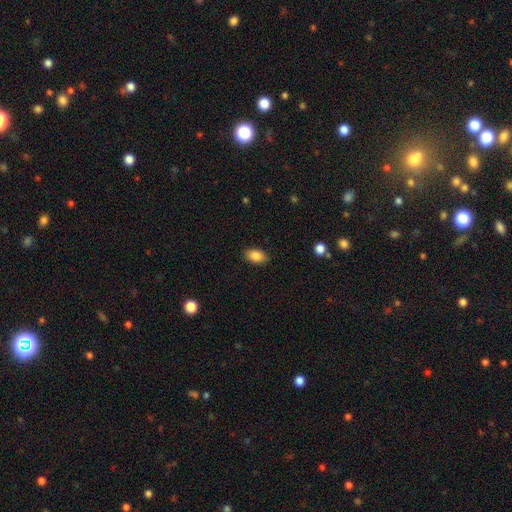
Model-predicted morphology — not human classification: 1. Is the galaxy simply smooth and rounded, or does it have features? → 86% smooth, 8% star or artifact, 6% featured or disk.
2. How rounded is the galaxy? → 89% in between, 9% round, 2% cigar-shaped.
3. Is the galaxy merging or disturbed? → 87% none, 10% minor disturbance, 2% major disturbance, 1% merger.